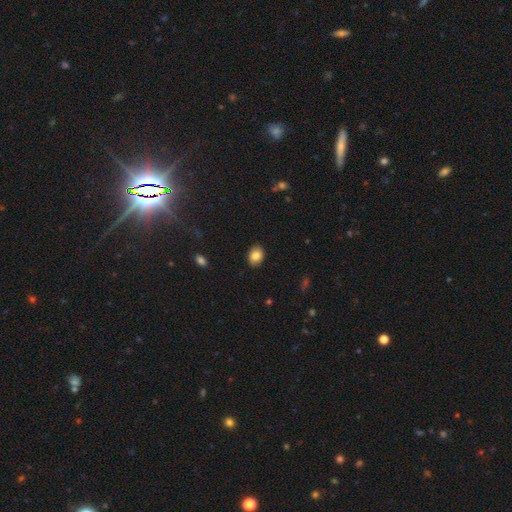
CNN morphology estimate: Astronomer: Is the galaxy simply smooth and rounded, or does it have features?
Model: smooth — 86%.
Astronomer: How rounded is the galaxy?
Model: in between — 64%.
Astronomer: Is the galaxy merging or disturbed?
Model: none — 89%.